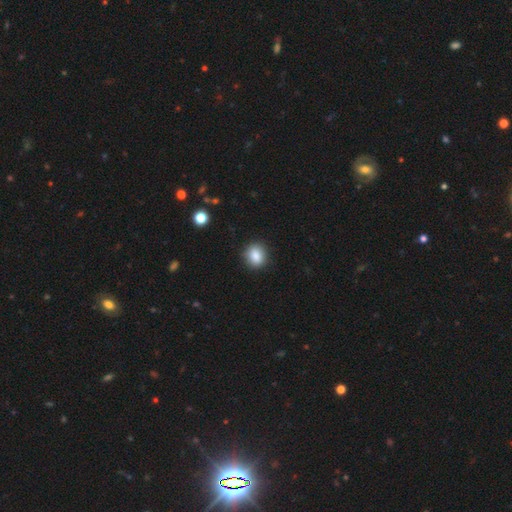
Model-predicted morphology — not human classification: smooth 86%, star or artifact 9%, featured or disk 5%. Down the decision tree: how rounded — round (65%); merging — none (88%).